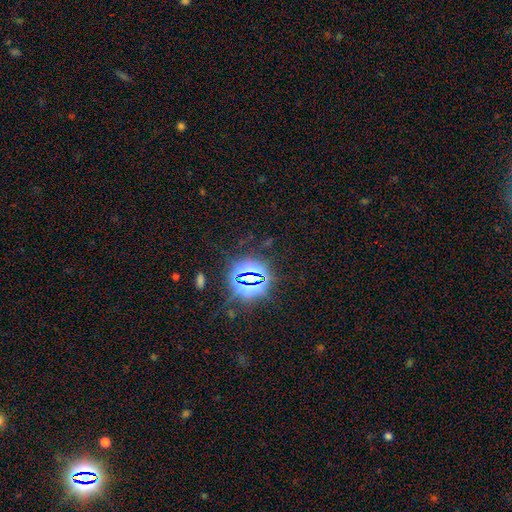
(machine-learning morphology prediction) smooth-or-featured: star or artifact: 81% | smooth: 12% | featured or disk: 7%